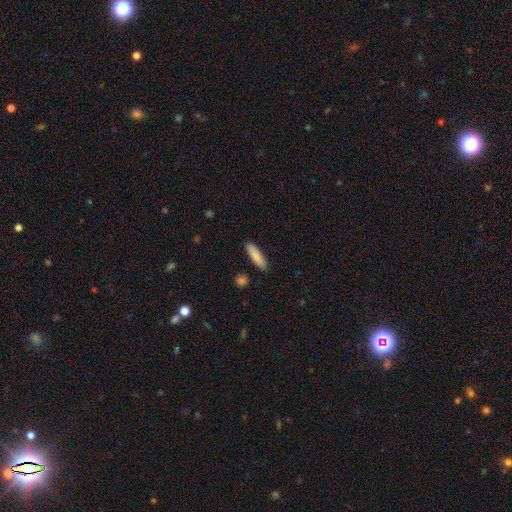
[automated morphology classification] type=smooth (86%); roundness=cigar-shaped (76%); merging=none (89%).